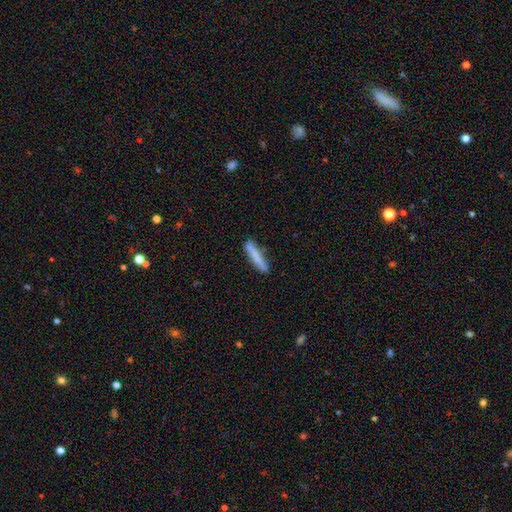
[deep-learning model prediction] Q: Smooth or featured?
A: smooth (78%); runner-up: featured or disk (15%)
Q: How rounded?
A: cigar-shaped (92%); runner-up: in between (7%)
Q: Merging?
A: none (82%); runner-up: minor disturbance (12%)